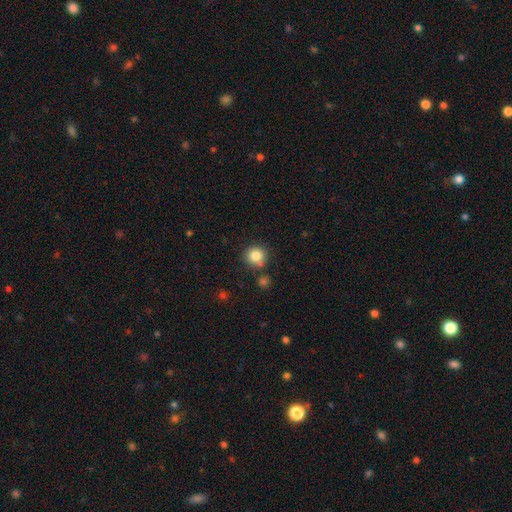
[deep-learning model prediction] smooth_or_featured: smooth (p=0.83) [alt: star or artifact p=0.11]
how_rounded: round (p=0.89) [alt: in between p=0.10]
merging: none (p=0.74) [alt: merger p=0.12]